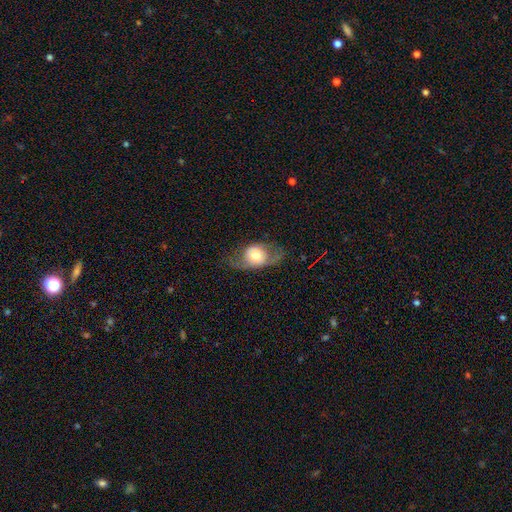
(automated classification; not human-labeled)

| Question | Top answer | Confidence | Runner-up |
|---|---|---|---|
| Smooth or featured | smooth | 49% | featured or disk (44%) |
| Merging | none | 54% | minor disturbance (23%) |